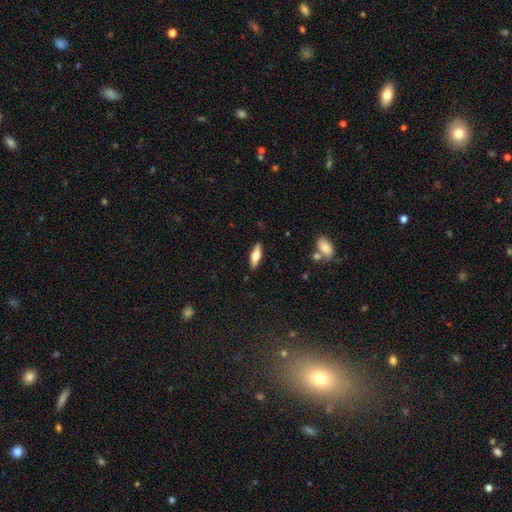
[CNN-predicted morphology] The model was most divided on "smooth or featured": smooth: 49%, featured or disk: 44%, star or artifact: 6%. More confident: merging — none (88%).